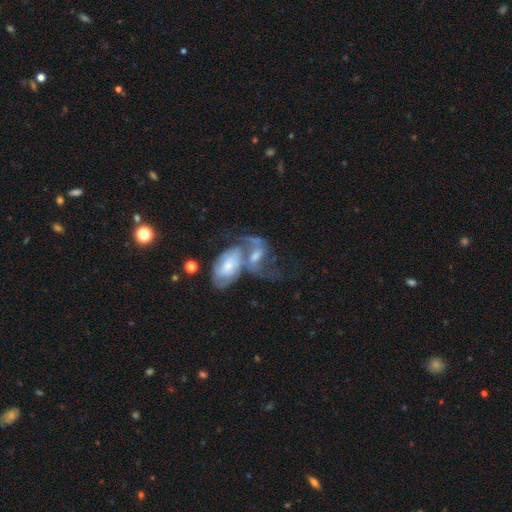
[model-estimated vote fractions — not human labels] featured or disk 73%, smooth 20%, star or artifact 7%. Down the decision tree: edge-on disk — no (95%); bar — no (46%); spiral arms — yes (86%); spiral arm count — 2 (67%); spiral winding — medium (42%); bulge size — small (42%); merging — merger (68%).